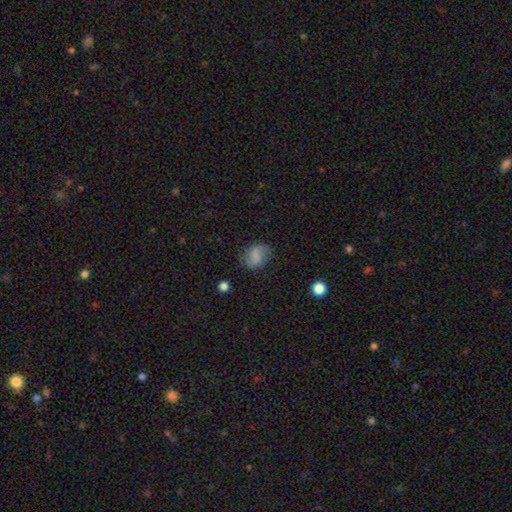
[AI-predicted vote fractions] Smooth or featured?
  - smooth: 66% *
  - featured or disk: 24%
  - star or artifact: 10%
How rounded?
  - in between: 61% *
  - round: 37%
  - cigar-shaped: 2%
Merging?
  - none: 73% *
  - minor disturbance: 19%
  - major disturbance: 7%
  - merger: 2%